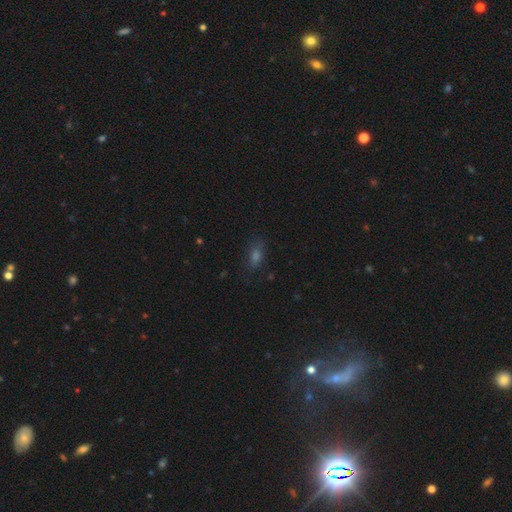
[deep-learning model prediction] This is possibly a smooth galaxy (56%). How rounded: likely in between (77%). Merging: likely none (79%).